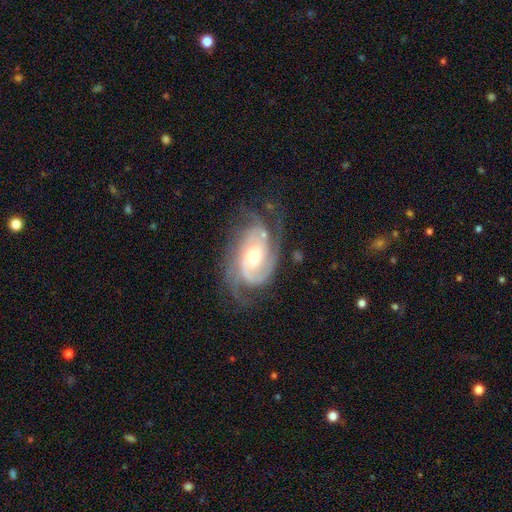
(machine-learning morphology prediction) This appears to be a featured or disk galaxy (89%) with no bar (61%), 3 (32%, tied with 2) tight (58%) spiral arms (97%) and a moderate central bulge (62%). Merging: none (69%).